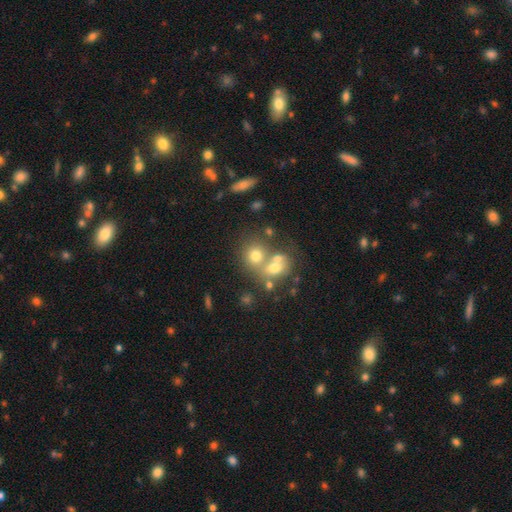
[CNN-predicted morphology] Smooth or featured: smooth — 67% (featured or disk — 18%)
How rounded: round — 72% (in between — 26%)
Merging: merger — 46% (none — 39%)